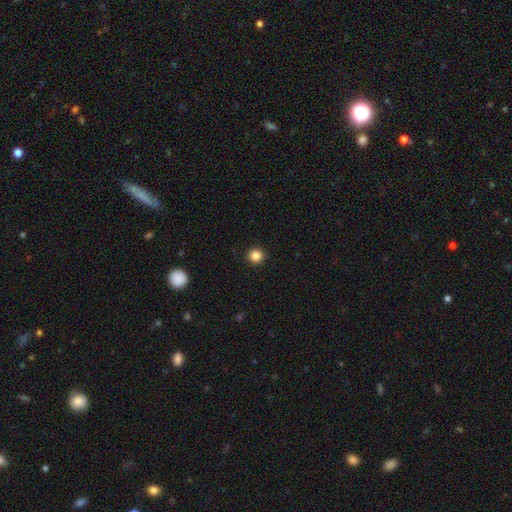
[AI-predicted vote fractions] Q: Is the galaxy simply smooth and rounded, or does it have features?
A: smooth — 86%.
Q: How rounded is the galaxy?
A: round — 93%.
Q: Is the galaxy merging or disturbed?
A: none — 93%.